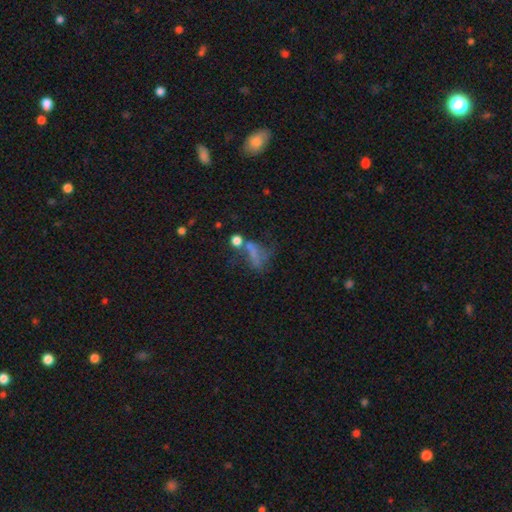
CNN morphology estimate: smooth-or-featured: smooth: 51% | featured or disk: 27% | star or artifact: 22%
  how-rounded: in between: 62% | round: 24% | cigar-shaped: 14%
  merging: major disturbance: 36% | none: 25% | merger: 23% | minor disturbance: 15%